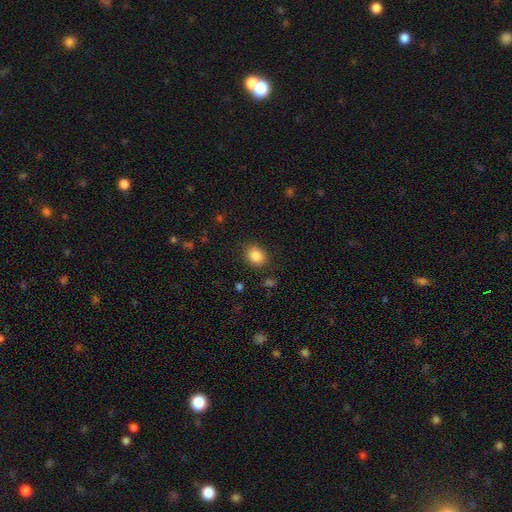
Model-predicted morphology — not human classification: Smooth or featured? Predicted: smooth (p=0.85). How rounded? Predicted: in between (p=0.52). Merging? Predicted: none (p=0.84).